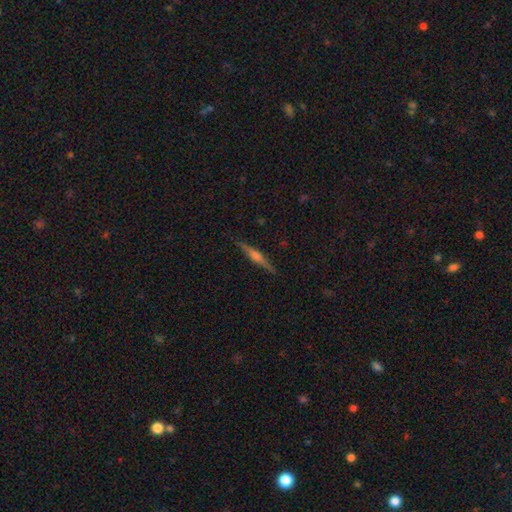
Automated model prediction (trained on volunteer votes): Smooth or featured?
  - featured or disk: 73% *
  - smooth: 21%
  - star or artifact: 7%
Edge-on disk?
  - yes: 98% *
  - no: 2%
Edge-on bulge?
  - rounded: 71% *
  - boxy: 20%
  - none: 8%
Merging?
  - none: 90% *
  - minor disturbance: 7%
  - major disturbance: 2%
  - merger: 1%